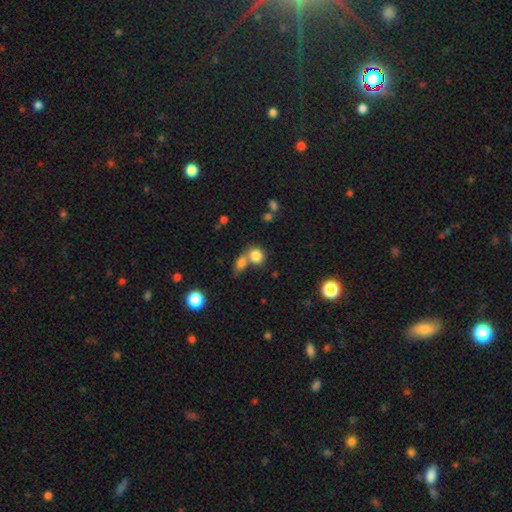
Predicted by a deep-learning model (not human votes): Smooth or featured? Predicted: smooth (p=0.81). How rounded? Predicted: round (p=0.73). Merging? Predicted: merger (p=0.46).